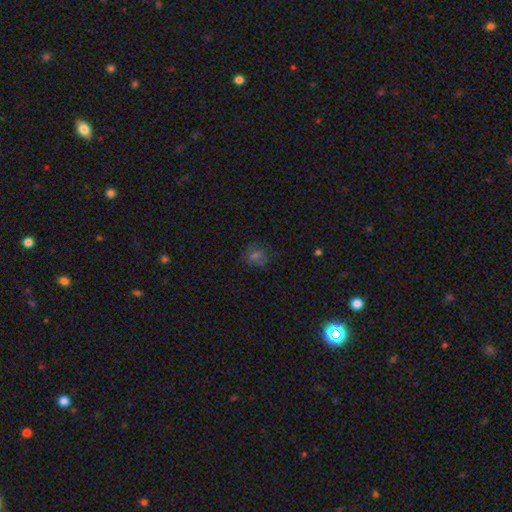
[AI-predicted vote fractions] This appears to be a smooth galaxy with no disk features (54%) that is round (78%). Merging: none (74%).